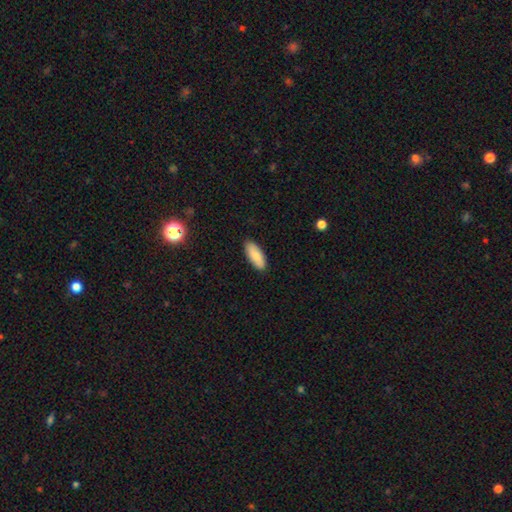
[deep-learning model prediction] Q: Smooth or featured?
A: smooth (84%); runner-up: featured or disk (10%)
Q: How rounded?
A: in between (82%); runner-up: cigar-shaped (16%)
Q: Merging?
A: none (89%); runner-up: minor disturbance (9%)